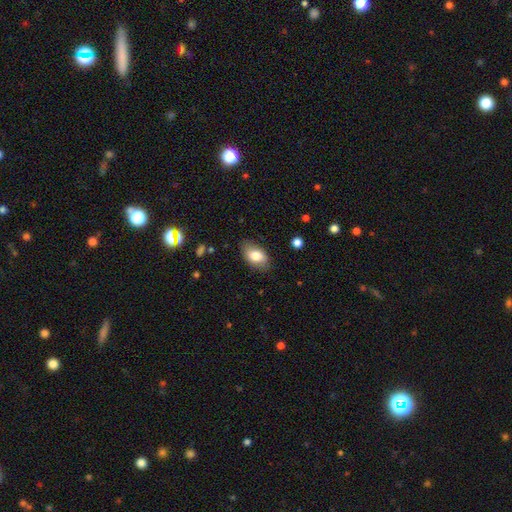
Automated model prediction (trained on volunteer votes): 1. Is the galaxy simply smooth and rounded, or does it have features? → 78% smooth, 15% featured or disk, 7% star or artifact.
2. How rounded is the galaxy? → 90% in between, 8% round, 2% cigar-shaped.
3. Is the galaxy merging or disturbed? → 82% none, 14% minor disturbance, 3% major disturbance, 1% merger.